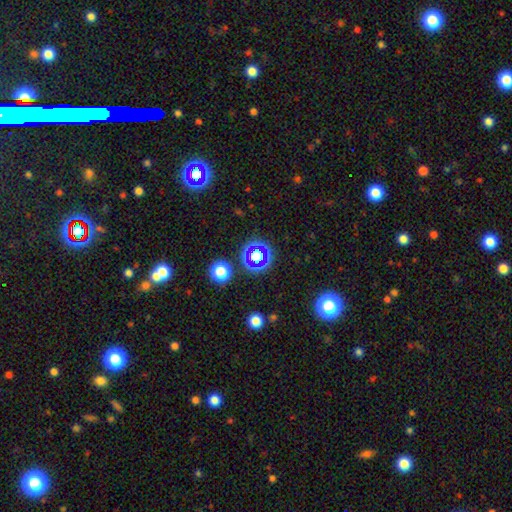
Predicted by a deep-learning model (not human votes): Smooth or featured?
  - star or artifact: 54% *
  - smooth: 32%
  - featured or disk: 14%